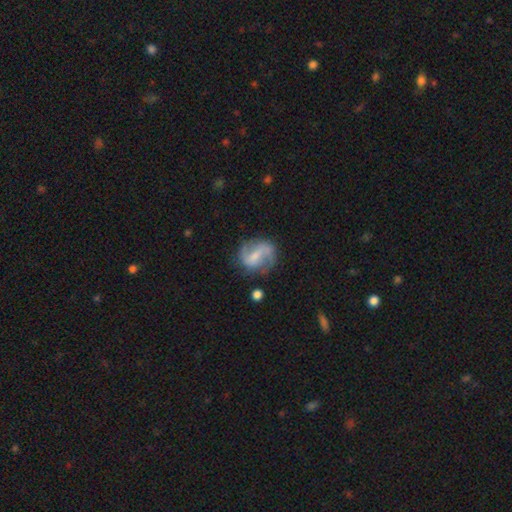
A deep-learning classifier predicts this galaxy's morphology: Smooth or featured?
  - featured or disk: 74% *
  - smooth: 20%
  - star or artifact: 6%
Edge-on disk?
  - no: 97% *
  - yes: 3%
Bar?
  - weak: 49% *
  - strong: 31%
  - no: 21%
Spiral arms?
  - yes: 90% *
  - no: 10%
Spiral winding?
  - medium: 45% *
  - loose: 39%
  - tight: 17%
Spiral arm count?
  - 2: 85% *
  - can't tell: 6%
  - 1: 6%
  - 3: 2%
  - 4: 1%
  - more than 4: 1%
Bulge size?
  - small: 42% *
  - moderate: 28%
  - none: 24%
  - large: 4%
  - dominant: 1%
Merging?
  - none: 68% *
  - minor disturbance: 19%
  - major disturbance: 10%
  - merger: 3%